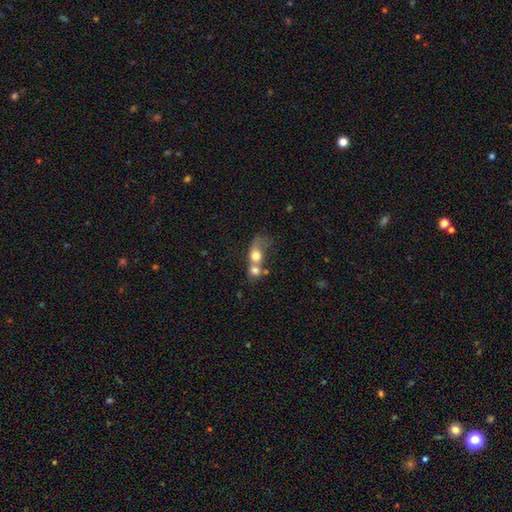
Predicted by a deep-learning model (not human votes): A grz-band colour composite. It shows a smooth galaxy with no disk features (69%) that is round (52%). Merging: merger (71%).